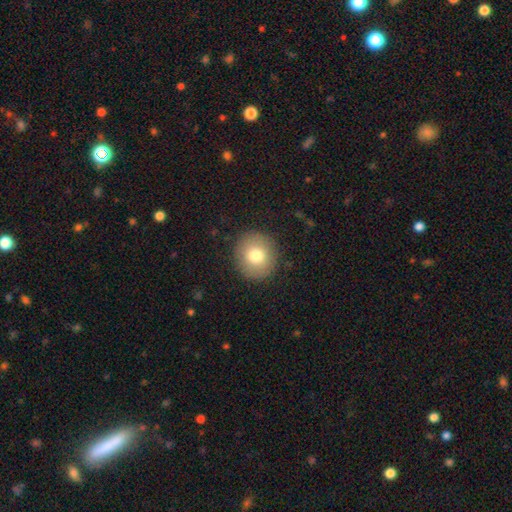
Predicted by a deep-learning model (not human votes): Morphology: type=smooth (78%); roundness=round (89%); merging=none (89%).